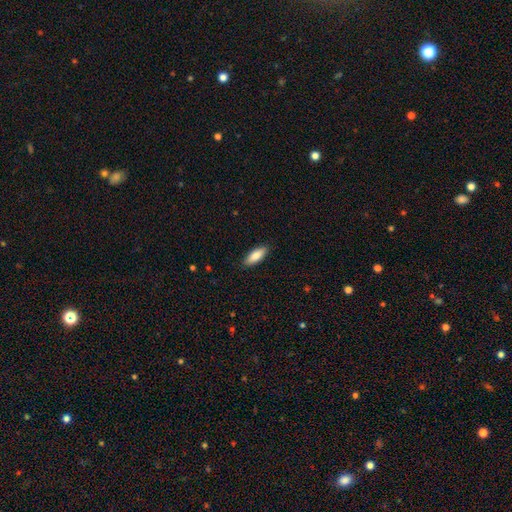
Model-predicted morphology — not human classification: Overall: smooth (85%). How rounded: in between (71%). Merging: none (88%).